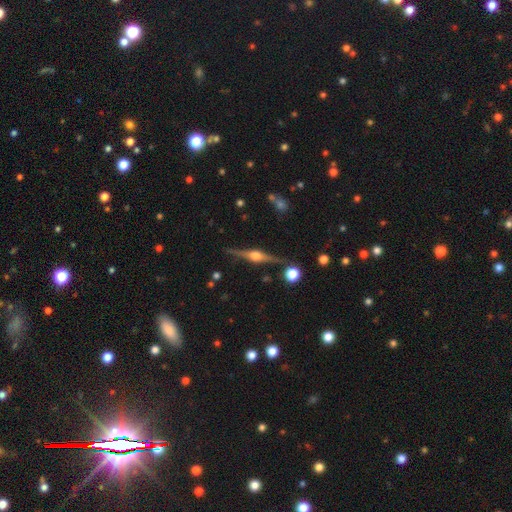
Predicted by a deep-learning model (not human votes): Morphology: type=featured or disk (85%); edge-on=yes (98%); edge-on bulge=rounded (93%); merging=none (87%).